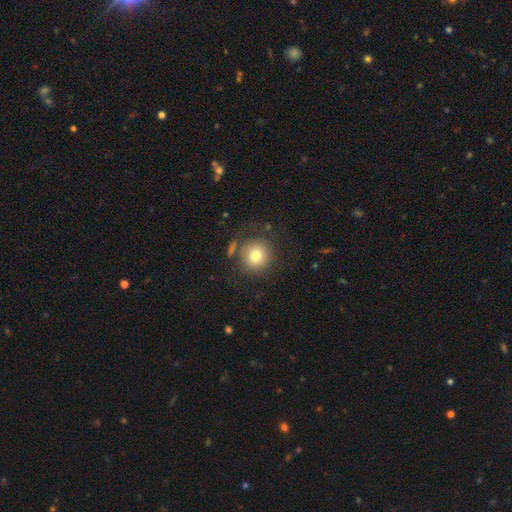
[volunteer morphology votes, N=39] smooth 74%, featured or disk 18%, star or artifact 8%. Down the decision tree: how rounded — round (100%); merging — none (64%).